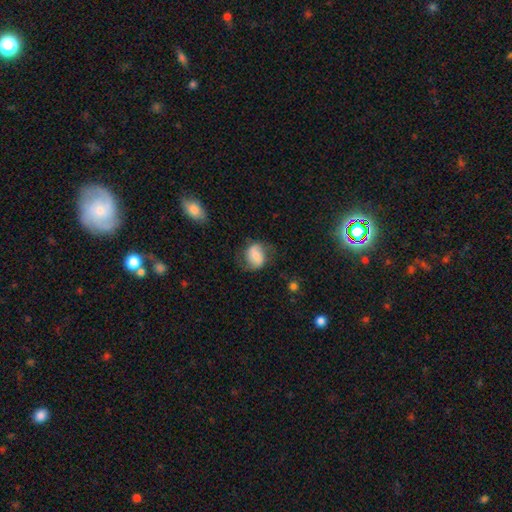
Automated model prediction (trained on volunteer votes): Smooth or featured? smooth (49%)
Merging? none (62%)